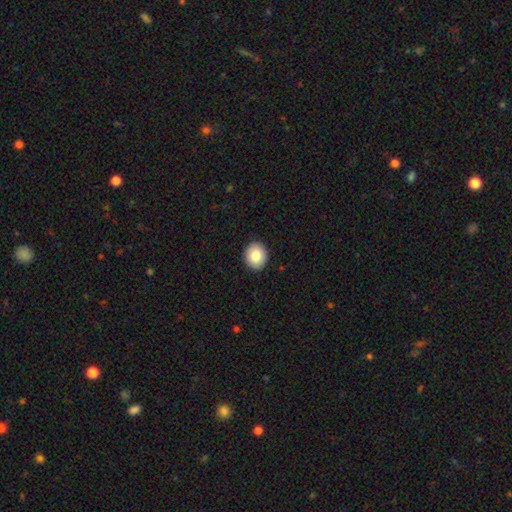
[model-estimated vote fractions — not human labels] The model was most divided on "how rounded": round: 67%, in between: 32%, cigar-shaped: 1%. More confident: merging — none (92%); smooth or featured — smooth (84%).